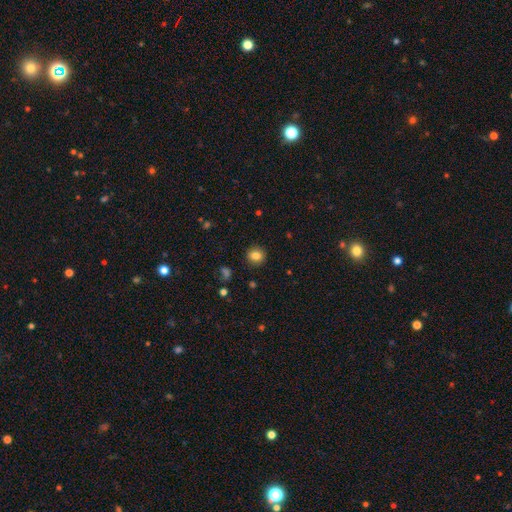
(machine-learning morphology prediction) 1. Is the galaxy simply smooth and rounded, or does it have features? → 83% smooth, 11% star or artifact, 6% featured or disk.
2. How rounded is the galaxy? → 84% round, 15% in between, 1% cigar-shaped.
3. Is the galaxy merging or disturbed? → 90% none, 7% minor disturbance, 2% major disturbance, 1% merger.